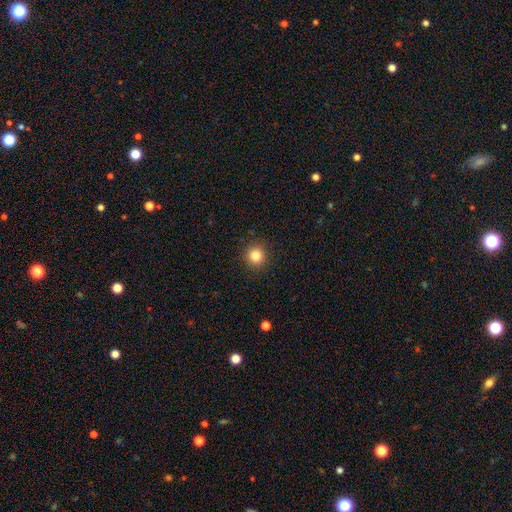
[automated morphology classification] A smooth galaxy with no disk features (83%) that is round (94%). Merging: none (92%).